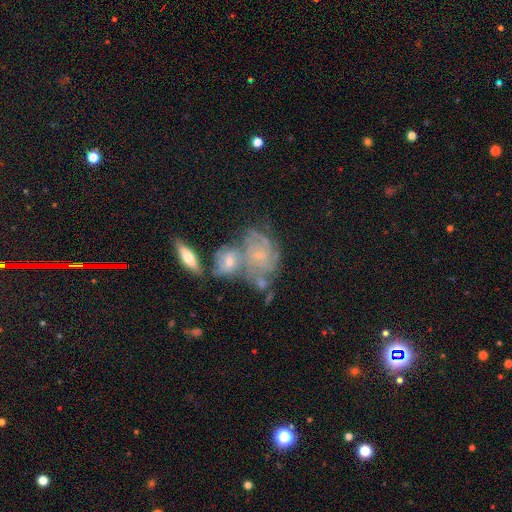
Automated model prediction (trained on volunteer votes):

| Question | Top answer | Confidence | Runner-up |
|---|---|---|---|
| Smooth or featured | featured or disk | 77% | smooth (13%) |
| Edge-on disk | no | 95% | yes (5%) |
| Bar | no | 71% | weak (24%) |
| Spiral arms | yes | 91% | no (9%) |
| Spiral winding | tight | 63% | medium (29%) |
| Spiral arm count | can't tell | 39% | 3 (21%) |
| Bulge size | small | 70% | moderate (22%) |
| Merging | none | 45% | merger (28%) |